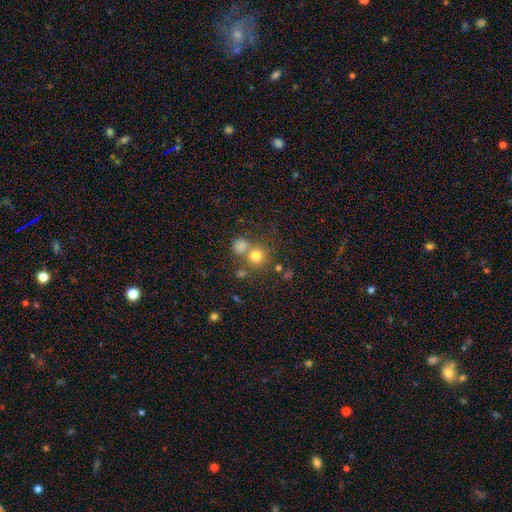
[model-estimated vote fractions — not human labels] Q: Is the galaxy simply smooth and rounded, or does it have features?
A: smooth — 75%.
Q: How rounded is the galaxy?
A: round — 88%.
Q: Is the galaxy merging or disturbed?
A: none — 59%.